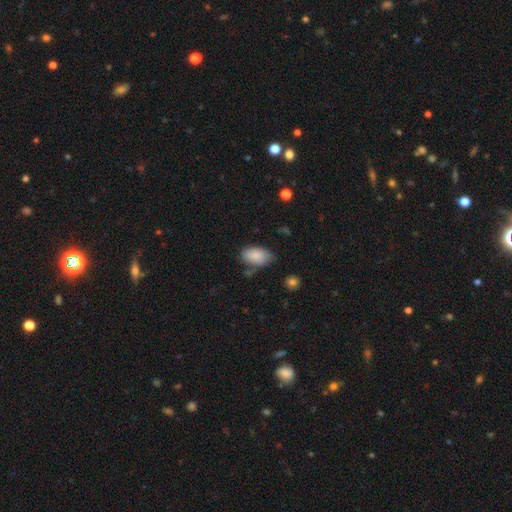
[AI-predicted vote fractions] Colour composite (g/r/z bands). It shows a smooth galaxy with no disk features (85%) that is in between round and cigar-shaped (93%). Merging: none (62%).